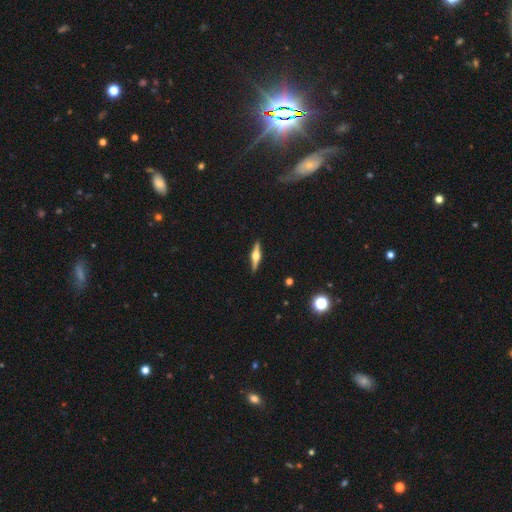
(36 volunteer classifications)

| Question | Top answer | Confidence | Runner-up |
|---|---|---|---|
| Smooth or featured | featured or disk | 89% | smooth (11%) |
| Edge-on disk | yes | 97% | no (3%) |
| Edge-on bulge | rounded | 97% | none (3%) |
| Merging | none | 94% | minor disturbance (3%) |